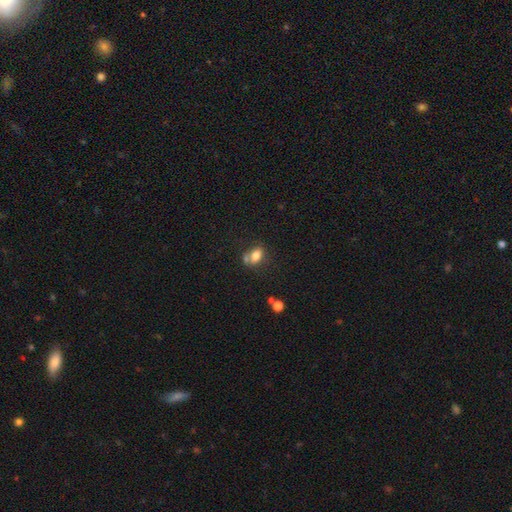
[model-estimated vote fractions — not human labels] Smooth or featured: smooth — 76% (featured or disk — 13%)
How rounded: in between — 82% (round — 14%)
Merging: none — 47% (merger — 28%)